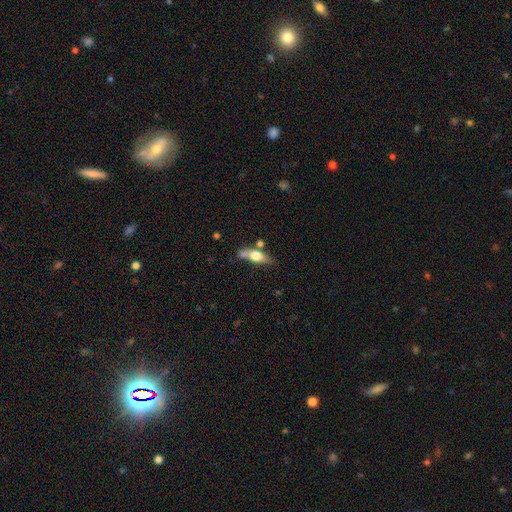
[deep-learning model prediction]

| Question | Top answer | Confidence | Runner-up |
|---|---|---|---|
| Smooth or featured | smooth | 60% | featured or disk (33%) |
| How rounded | in between | 58% | cigar-shaped (37%) |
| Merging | none | 50% | minor disturbance (21%) |